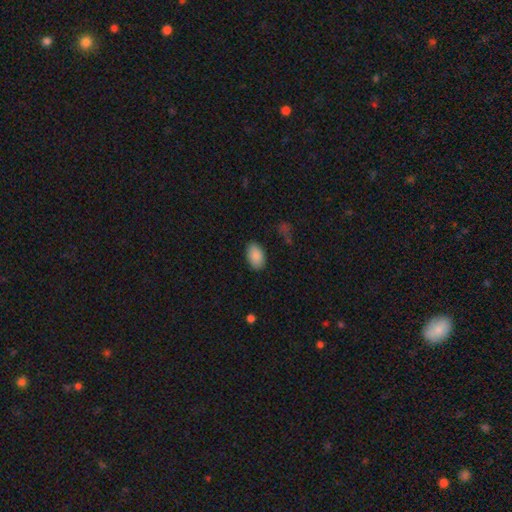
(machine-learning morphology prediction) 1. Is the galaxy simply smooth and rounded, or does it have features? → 89% smooth, 7% star or artifact, 4% featured or disk.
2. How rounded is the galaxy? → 93% in between, 6% round, 1% cigar-shaped.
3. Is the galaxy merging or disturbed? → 86% none, 10% minor disturbance, 3% major disturbance, 1% merger.